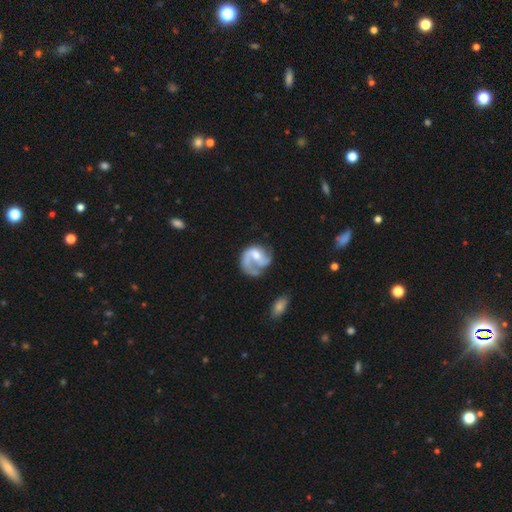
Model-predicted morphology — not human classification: The model was most divided on "spiral arm count": 2: 45%, 1: 39%, can't tell: 7%, 3: 5%, 4: 1%, more than 4: 1%. Remaining: edge-on disk — no (98%); spiral arms — yes (90%); smooth or featured — featured or disk (78%); bulge size — moderate (48%); bar — no (48%); spiral winding — medium (44%); merging — none (44%).